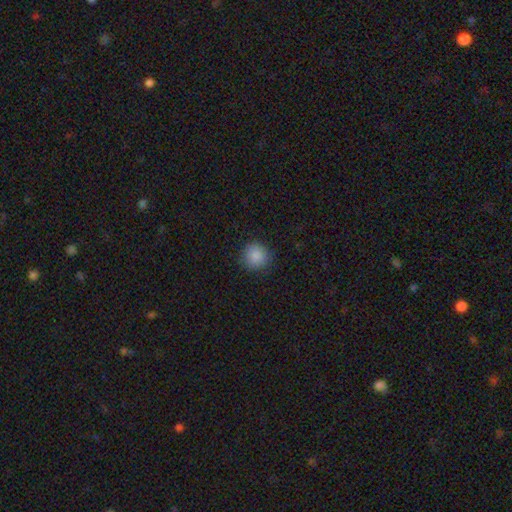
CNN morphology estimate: smooth 87%, star or artifact 10%, featured or disk 3%. Down the decision tree: how rounded — round (93%); merging — none (89%).